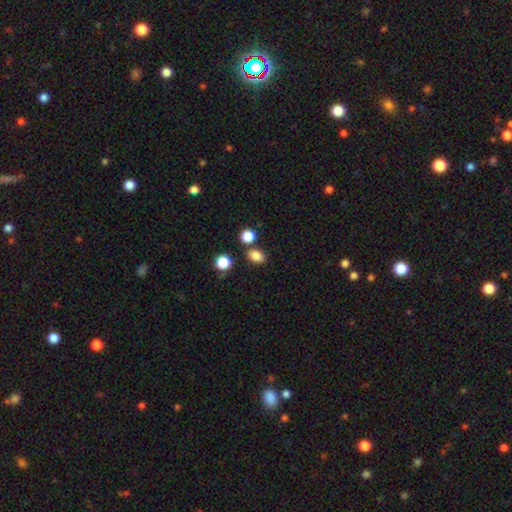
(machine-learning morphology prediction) A smooth galaxy with no disk features (84%) that is in between round and cigar-shaped (65%).

Vote fractions:
- Smooth or featured? smooth: 84% / star or artifact: 12% / featured or disk: 5%
- How rounded? in between: 65% / round: 34% / cigar-shaped: 1%
- Merging? none: 77% / minor disturbance: 10% / merger: 10% / major disturbance: 3%